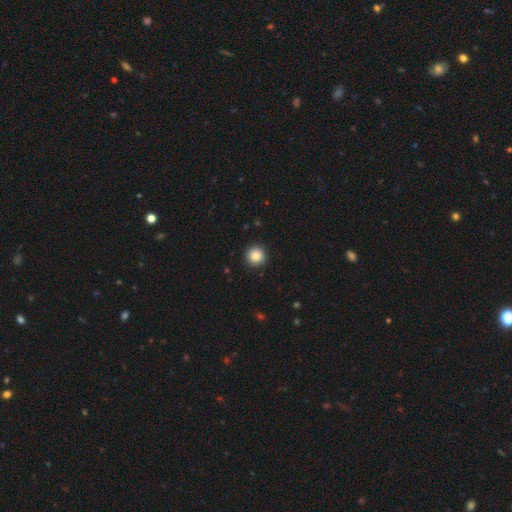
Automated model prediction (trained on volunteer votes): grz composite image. It shows a smooth galaxy with no disk features (87%) that is round (96%). Merging: none (92%).